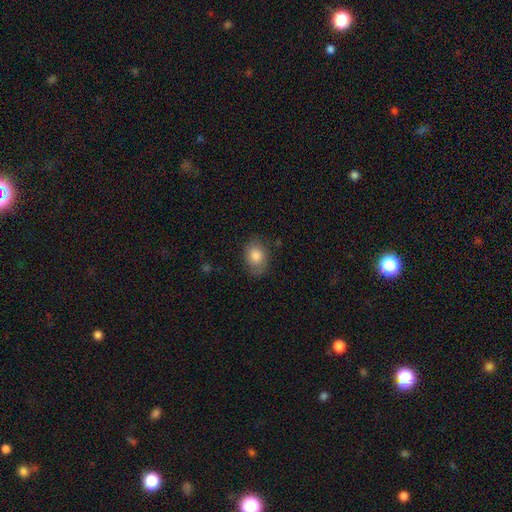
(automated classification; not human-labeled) Smooth or featured?
  - smooth: 82% *
  - featured or disk: 11%
  - star or artifact: 8%
How rounded?
  - in between: 78% *
  - round: 21%
  - cigar-shaped: 1%
Merging?
  - none: 75% *
  - minor disturbance: 19%
  - major disturbance: 5%
  - merger: 1%